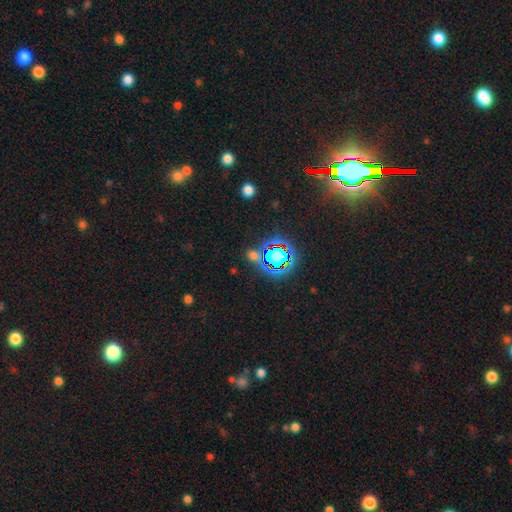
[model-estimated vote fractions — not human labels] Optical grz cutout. It shows a star or artifact, not a galaxy (74%).